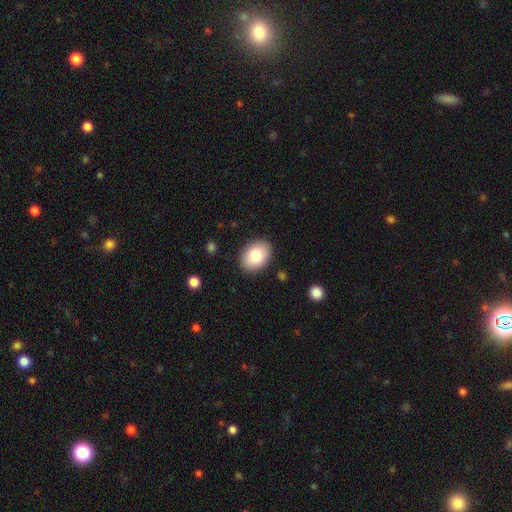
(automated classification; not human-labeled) This is clearly a smooth galaxy (81%). How rounded: likely in between (75%). Merging: clearly none (89%).